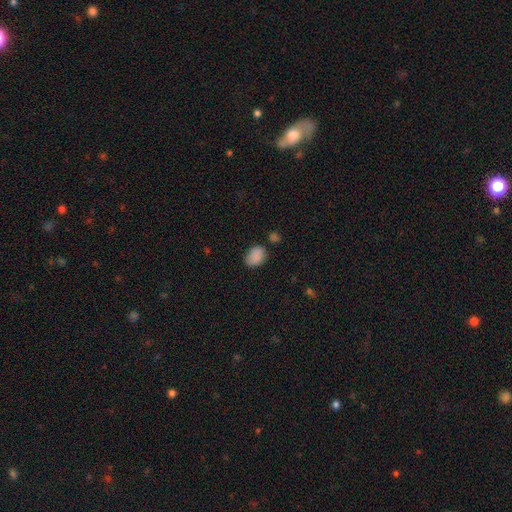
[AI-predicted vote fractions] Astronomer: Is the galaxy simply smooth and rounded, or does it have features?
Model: smooth — 87%.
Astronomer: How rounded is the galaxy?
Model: in between — 75%.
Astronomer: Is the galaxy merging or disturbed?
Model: none — 72%.